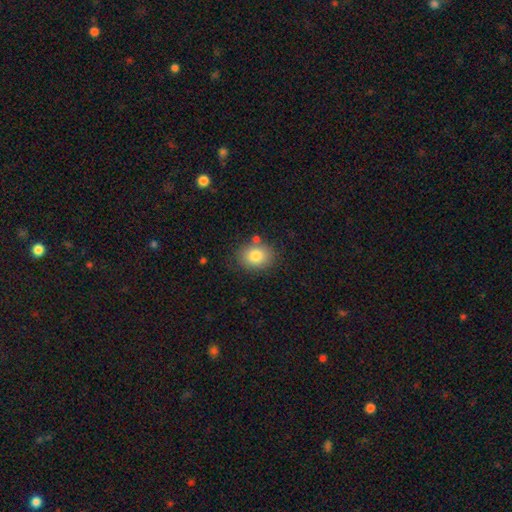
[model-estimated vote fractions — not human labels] A smooth galaxy with no disk features (82%) that is in between round and cigar-shaped (50%). Merging: none (78%).